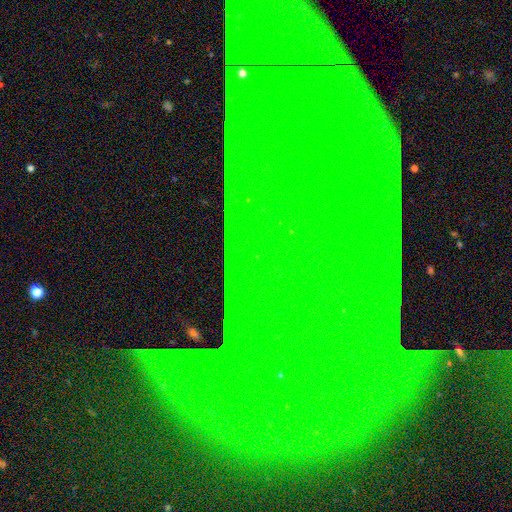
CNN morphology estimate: A star or artifact, not a galaxy (85%).